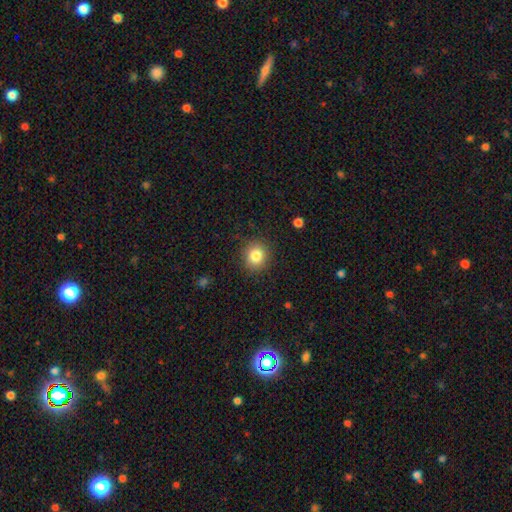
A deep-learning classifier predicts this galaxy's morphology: The model was most divided on "how rounded": round: 84%, in between: 16%, cigar-shaped: 1%. More confident: merging — none (89%); smooth or featured — smooth (84%).